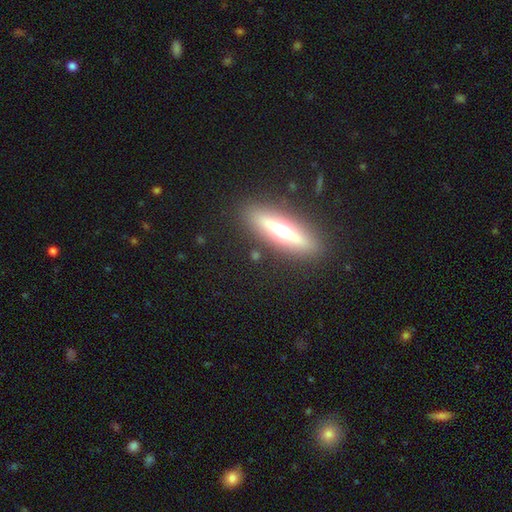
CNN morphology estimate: This appears to be a featured or disk galaxy (59%) viewed edge-on (90%) with a rounded central bulge (93%). Merging: none (88%).